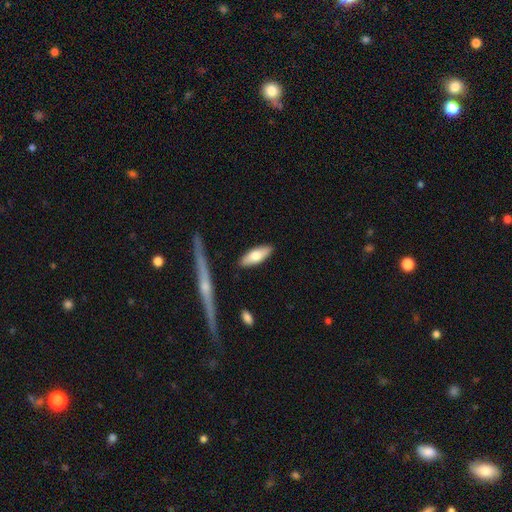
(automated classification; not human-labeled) Smooth or featured? smooth (68%)
How rounded? in between (61%)
Merging? none (85%)